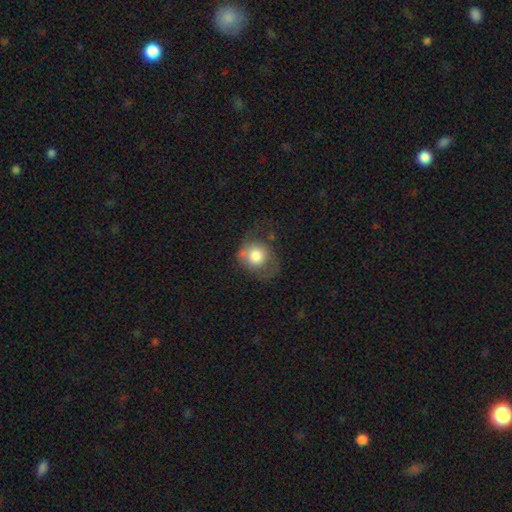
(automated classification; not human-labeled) smooth 73%, featured or disk 19%, star or artifact 8%. Down the decision tree: how rounded — round (72%); merging — none (46%).